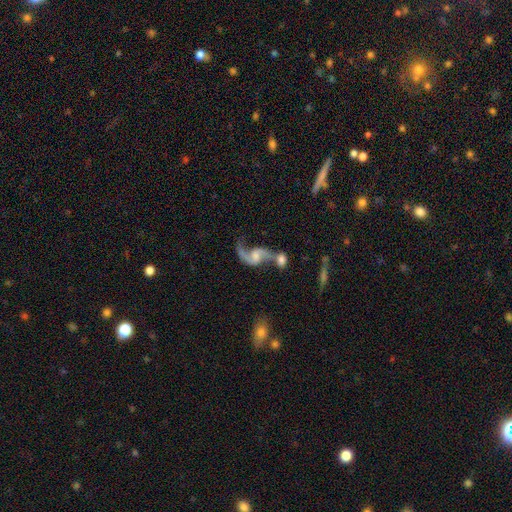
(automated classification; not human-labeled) featured or disk 85%, smooth 9%, star or artifact 6%. Down the decision tree: edge-on disk — no (97%); bar — no (47%); spiral arms — yes (94%); spiral arm count — 2 (88%); spiral winding — loose (81%); bulge size — small (38%); merging — merger (46%).